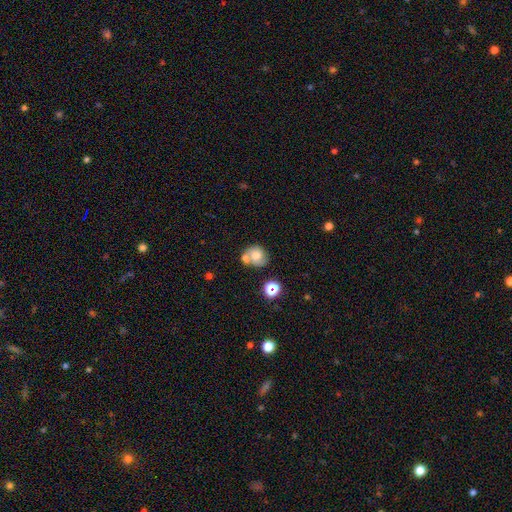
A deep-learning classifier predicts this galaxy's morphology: A smooth galaxy with no disk features (48%). Merging: none (41%).